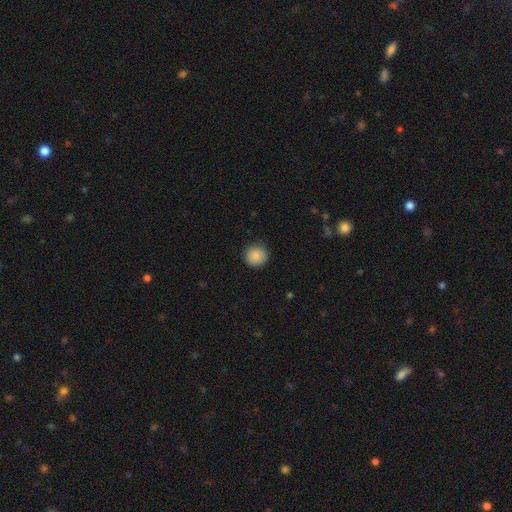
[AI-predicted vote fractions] Morphology: type=smooth (86%); roundness=round (93%); merging=none (90%).